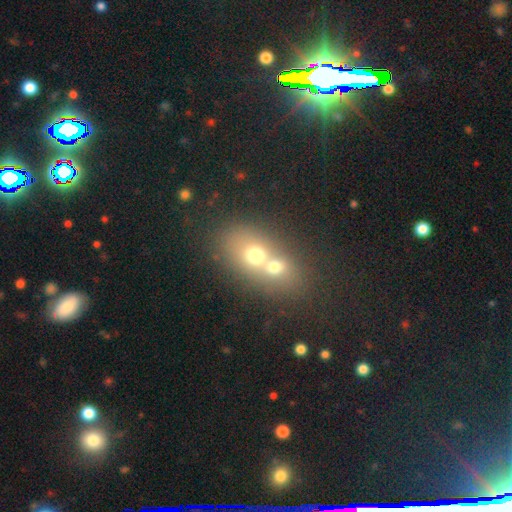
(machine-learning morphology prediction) Q: Smooth or featured?
A: smooth (61%); runner-up: featured or disk (26%)
Q: How rounded?
A: in between (55%); runner-up: round (44%)
Q: Merging?
A: merger (73%); runner-up: none (19%)